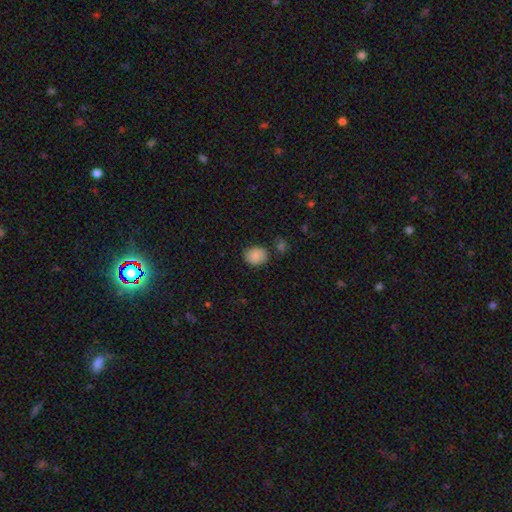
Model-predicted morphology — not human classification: Smooth or featured: smooth — 85% (star or artifact — 8%)
How rounded: round — 62% (in between — 37%)
Merging: none — 76% (minor disturbance — 16%)